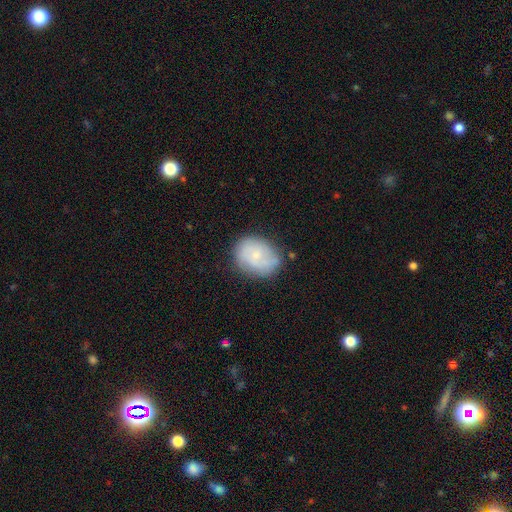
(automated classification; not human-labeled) smooth-or-featured: smooth: 50% | featured or disk: 42% | star or artifact: 8%
  merging: none: 66% | minor disturbance: 24% | major disturbance: 7% | merger: 3%